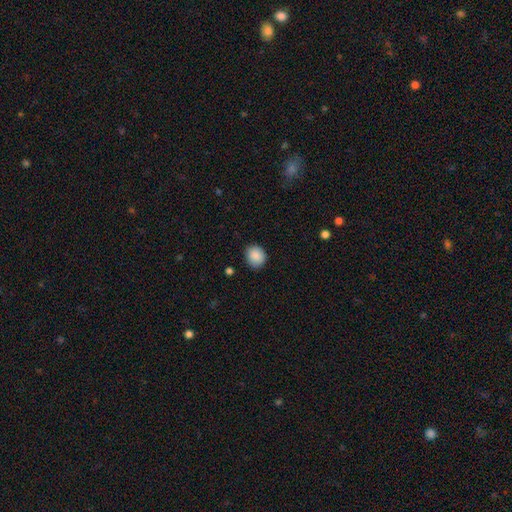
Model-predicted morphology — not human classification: This appears to be a smooth galaxy with no disk features (89%) that is round (78%). Merging: none (87%).